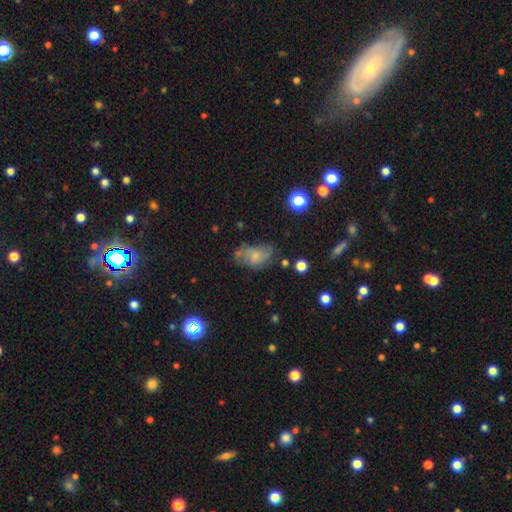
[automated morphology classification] A smooth galaxy with no disk features (49%).

Vote fractions:
- Smooth or featured? smooth: 49% / featured or disk: 40% / star or artifact: 11%
- Merging? none: 40% / minor disturbance: 30% / major disturbance: 22% / merger: 7%